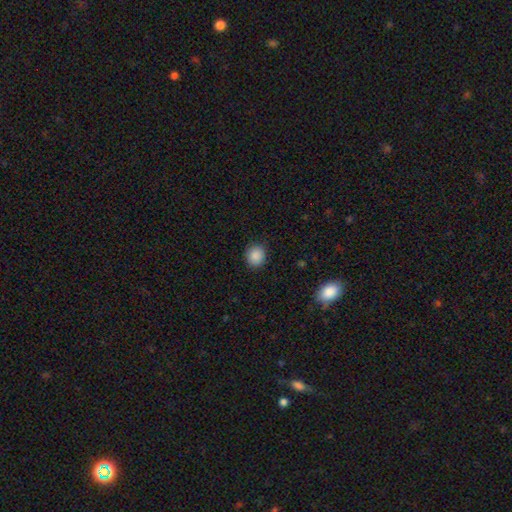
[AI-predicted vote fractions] Smooth or featured? Predicted: smooth (p=0.88). How rounded? Predicted: round (p=0.75). Merging? Predicted: none (p=0.89).